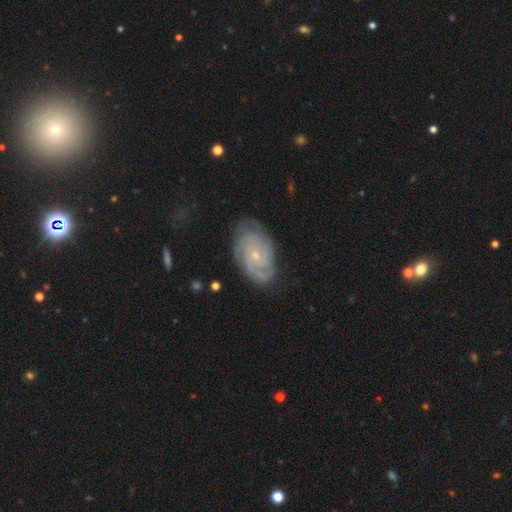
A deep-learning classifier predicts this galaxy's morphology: smooth_or_featured: featured or disk (p=0.81) [alt: smooth p=0.13]
disk_edge_on: no (p=0.96) [alt: yes p=0.04]
bar: no (p=0.76) [alt: weak p=0.21]
has_spiral_arms: yes (p=0.95) [alt: no p=0.05]
spiral_winding: tight (p=0.69) [alt: medium p=0.25]
spiral_arm_count: can't tell (p=0.31) [alt: 2 p=0.25]
bulge_size: small (p=0.74) [alt: moderate p=0.23]
merging: none (p=0.75) [alt: minor disturbance p=0.18]